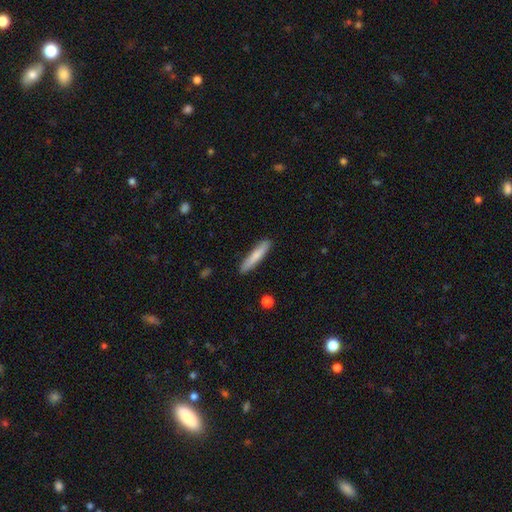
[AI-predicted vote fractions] smooth_or_featured: smooth (p=0.77) [alt: featured or disk p=0.18]
how_rounded: cigar-shaped (p=0.89) [alt: in between p=0.09]
merging: none (p=0.89) [alt: minor disturbance p=0.08]